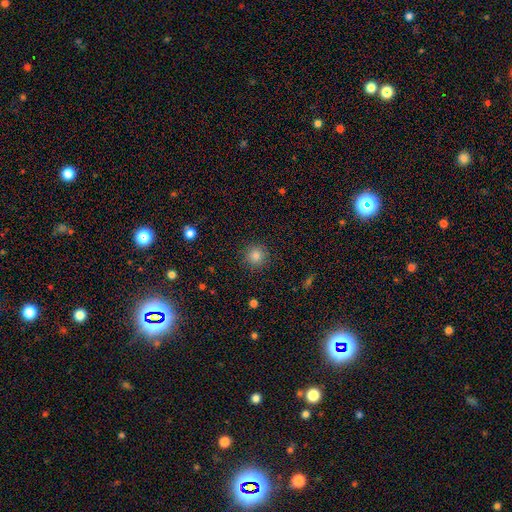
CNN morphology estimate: Q: Smooth or featured?
A: smooth (83%); runner-up: star or artifact (12%)
Q: How rounded?
A: round (94%); runner-up: in between (5%)
Q: Merging?
A: none (90%); runner-up: minor disturbance (7%)